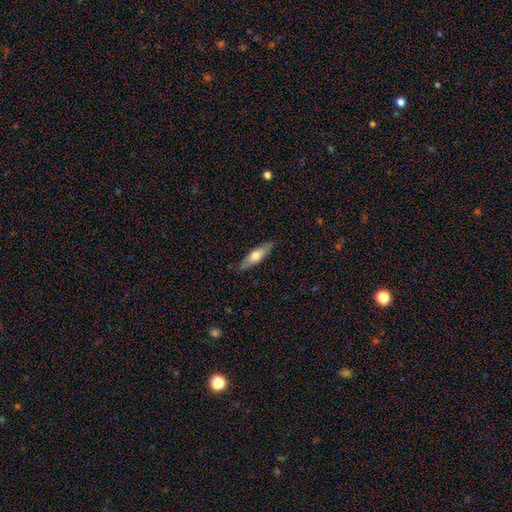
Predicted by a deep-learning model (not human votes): smooth_or_featured: smooth (p=0.58) [alt: featured or disk p=0.37]
how_rounded: cigar-shaped (p=0.61) [alt: in between p=0.37]
merging: none (p=0.86) [alt: minor disturbance p=0.11]